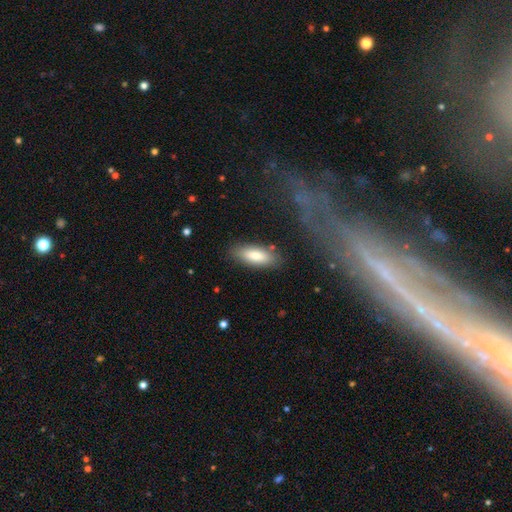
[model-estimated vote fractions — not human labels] smooth-or-featured: smooth: 81% | featured or disk: 13% | star or artifact: 6%
  how-rounded: in between: 73% | cigar-shaped: 25% | round: 2%
  merging: none: 83% | minor disturbance: 12% | major disturbance: 3% | merger: 3%